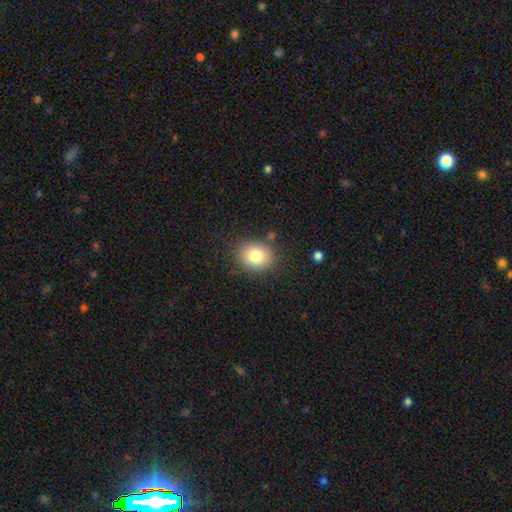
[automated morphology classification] smooth 81%, star or artifact 10%, featured or disk 9%. Down the decision tree: how rounded — round (51%); merging — none (83%).